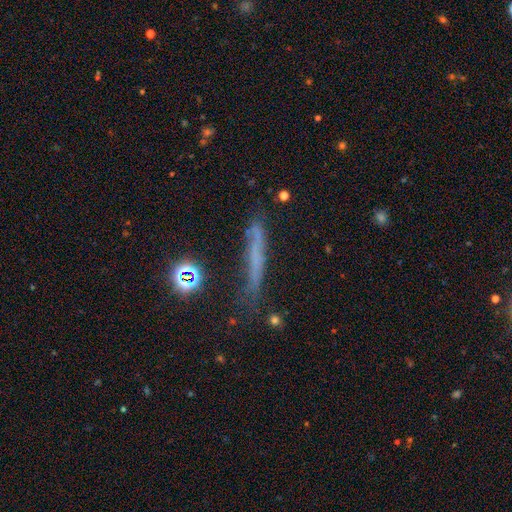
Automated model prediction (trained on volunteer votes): Smooth or featured?
  - smooth: 44% *
  - featured or disk: 37%
  - star or artifact: 18%
Merging?
  - none: 68% *
  - minor disturbance: 20%
  - major disturbance: 7%
  - merger: 4%